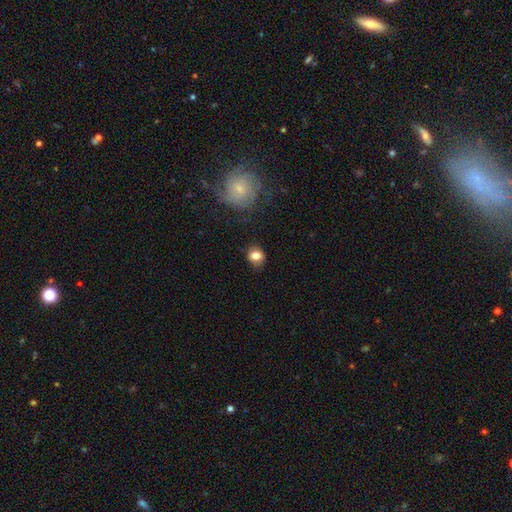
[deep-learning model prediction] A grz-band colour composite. It shows a smooth galaxy with no disk features (80%) that is round (62%). Merging: none (76%).